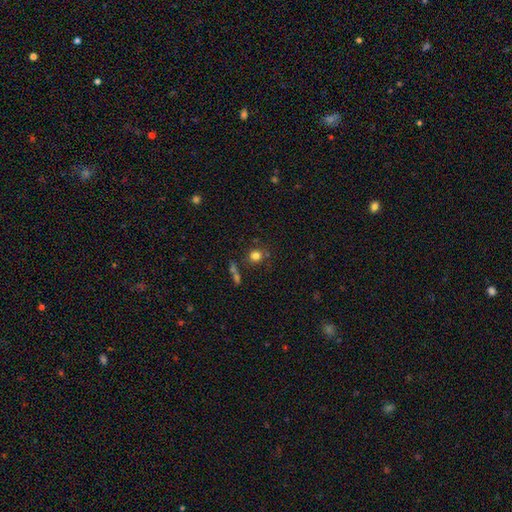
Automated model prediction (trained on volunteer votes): The model was most divided on "merging": none: 76%, minor disturbance: 12%, merger: 8%, major disturbance: 4%. More confident: how rounded — round (85%); smooth or featured — smooth (79%).